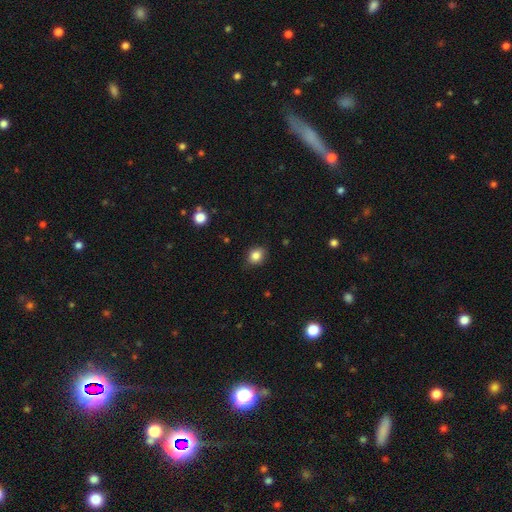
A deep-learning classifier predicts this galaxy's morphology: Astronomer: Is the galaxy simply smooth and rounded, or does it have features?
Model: smooth — 84%.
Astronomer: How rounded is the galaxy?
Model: round — 59% (runner-up: in between, 40%).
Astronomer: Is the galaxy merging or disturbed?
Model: none — 82%.